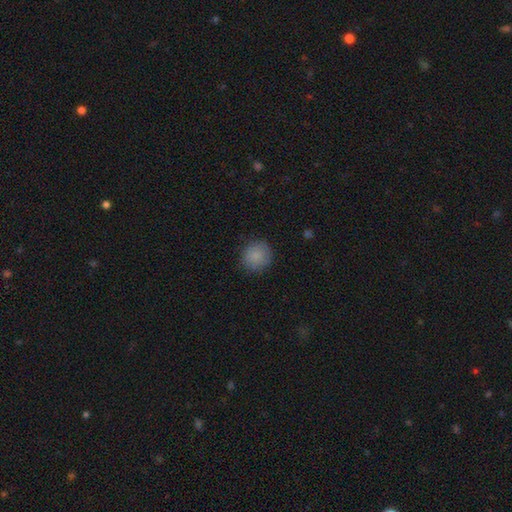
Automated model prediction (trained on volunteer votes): This is clearly a smooth galaxy (86%). How rounded: clearly round (90%). Merging: clearly none (86%).